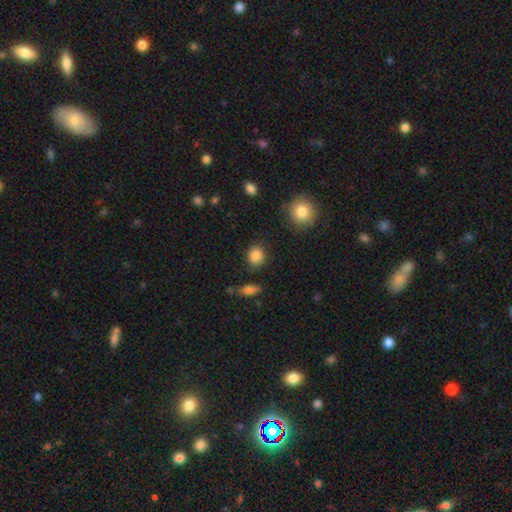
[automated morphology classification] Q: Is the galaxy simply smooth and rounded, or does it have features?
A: smooth — 87%.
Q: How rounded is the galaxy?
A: round — 75%.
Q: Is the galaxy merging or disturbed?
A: none — 84%.